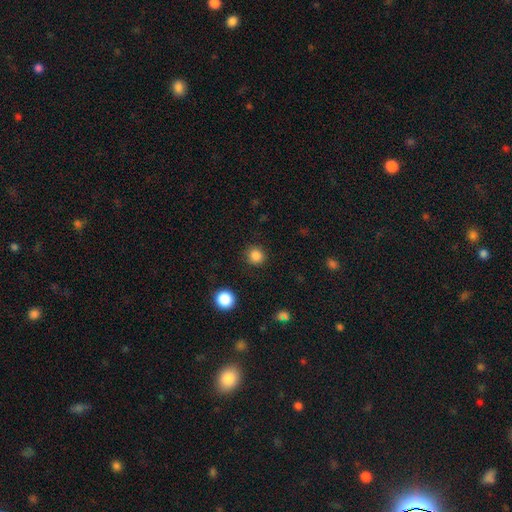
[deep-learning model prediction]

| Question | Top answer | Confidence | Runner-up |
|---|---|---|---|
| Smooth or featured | smooth | 84% | star or artifact (12%) |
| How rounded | round | 92% | in between (7%) |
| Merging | none | 89% | minor disturbance (7%) |